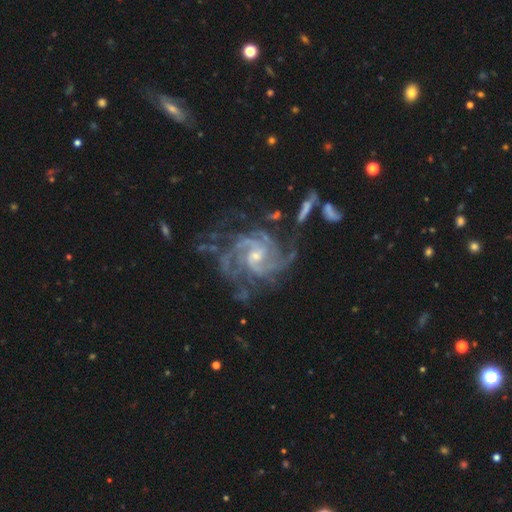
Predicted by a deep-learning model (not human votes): Morphology: type=featured or disk (92%); edge-on=no (98%); bar=no (46%); spiral arms=yes (98%); winding=tight (54%); arm count=3 (26%); bulge=small (62%); merging=none (62%).